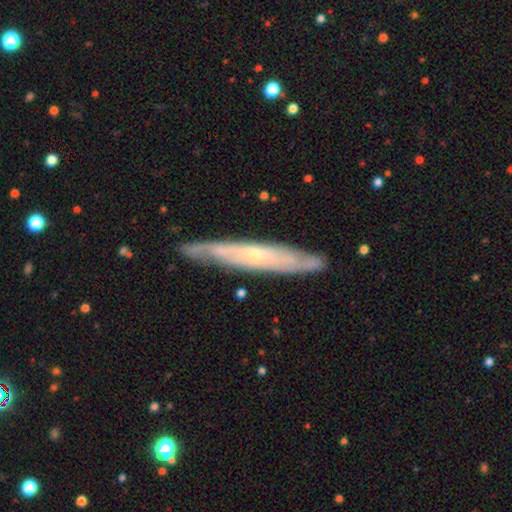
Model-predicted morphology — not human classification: Smooth or featured: featured or disk — 73% (smooth — 20%)
Edge-on disk: yes — 67% (no — 33%)
Merging: none — 84% (minor disturbance — 13%)